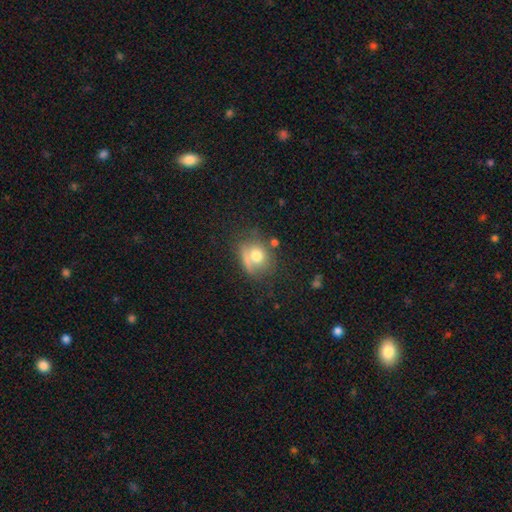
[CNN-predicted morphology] smooth-or-featured: smooth: 67% | featured or disk: 23% | star or artifact: 11%
  how-rounded: round: 64% | in between: 35% | cigar-shaped: 1%
  merging: none: 47% | minor disturbance: 24% | major disturbance: 16% | merger: 13%